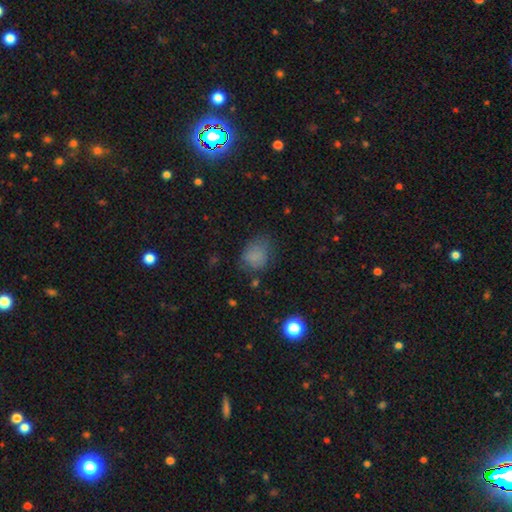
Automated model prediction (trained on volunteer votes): The model was most divided on "how rounded": round: 50%, in between: 49%, cigar-shaped: 1%. More confident: smooth or featured — smooth (78%); merging — none (58%).